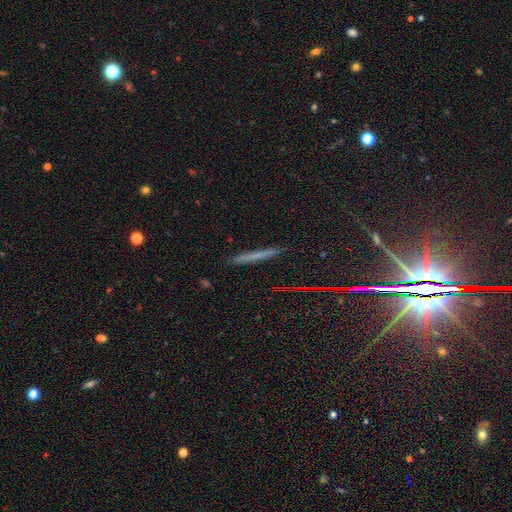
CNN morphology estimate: smooth 53%, featured or disk 29%, star or artifact 18%. Down the decision tree: how rounded — cigar-shaped (95%); merging — none (89%).